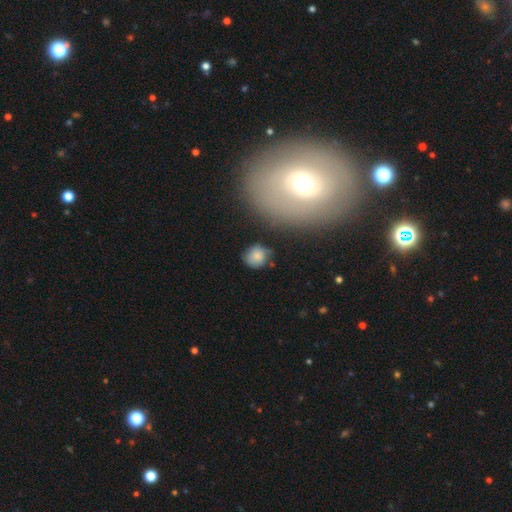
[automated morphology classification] Overall: smooth (79%). How rounded: round (82%). Merging: none (68%).